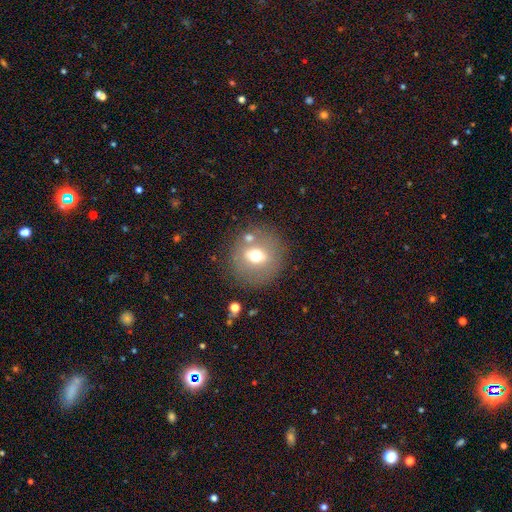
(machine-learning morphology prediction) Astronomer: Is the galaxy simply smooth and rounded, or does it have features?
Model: smooth — 55% (runner-up: featured or disk, 32%).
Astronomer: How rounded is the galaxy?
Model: round — 85%.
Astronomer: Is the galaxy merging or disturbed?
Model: none — 76%.